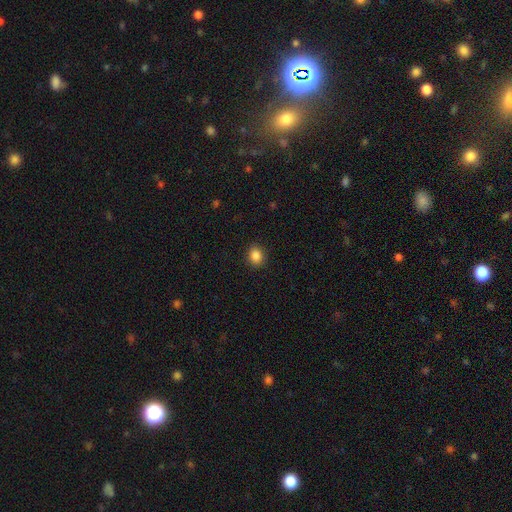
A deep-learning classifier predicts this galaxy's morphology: Smooth or featured?
  - smooth: 86% *
  - star or artifact: 10%
  - featured or disk: 4%
How rounded?
  - round: 60% *
  - in between: 39%
  - cigar-shaped: 1%
Merging?
  - none: 90% *
  - minor disturbance: 7%
  - major disturbance: 2%
  - merger: 1%